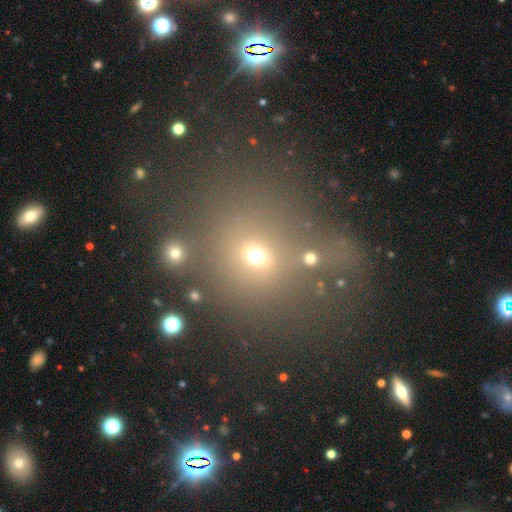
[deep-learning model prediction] smooth 61%, star or artifact 26%, featured or disk 13%. Down the decision tree: how rounded — round (72%); merging — none (58%).